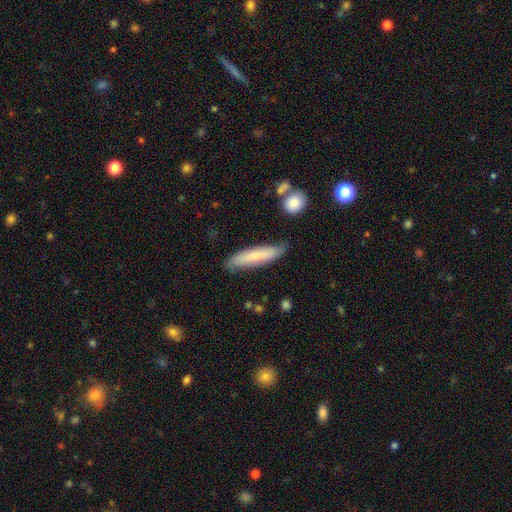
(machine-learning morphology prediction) This appears to be a smooth galaxy with no disk features (74%) that is cigar-shaped (83%). Merging: none (81%).